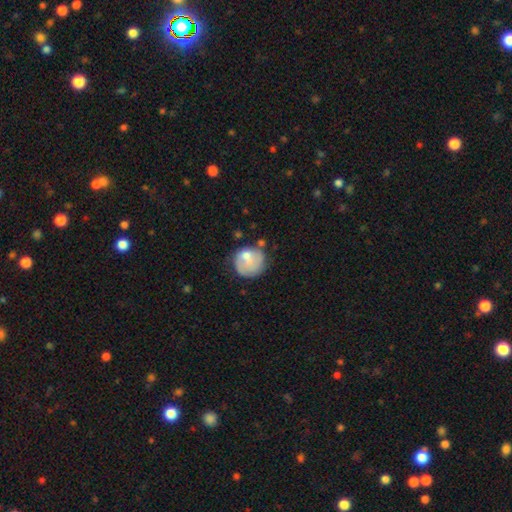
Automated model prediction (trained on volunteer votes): Smooth or featured? Predicted: smooth (p=0.60). How rounded? Predicted: round (p=0.83). Merging? Predicted: none (p=0.50).